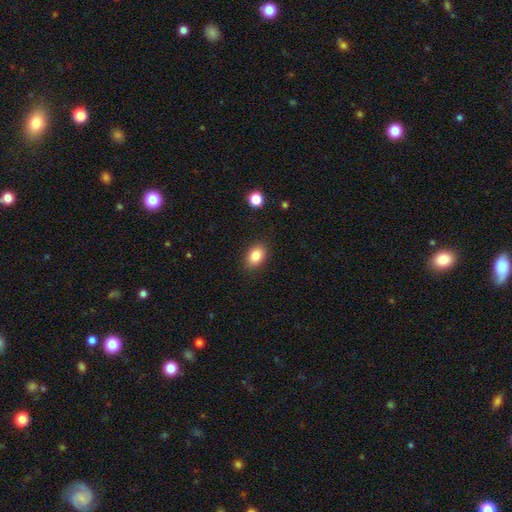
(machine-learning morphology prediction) Smooth or featured? smooth (85%)
How rounded? in between (82%)
Merging? none (87%)